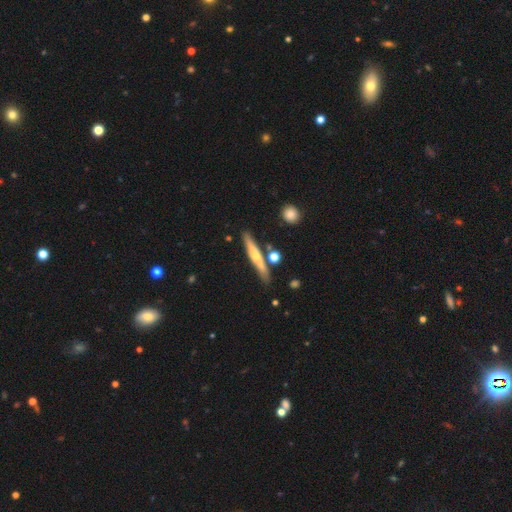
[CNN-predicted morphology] type=featured or disk (58%); edge-on=yes (92%); edge-on bulge=rounded (80%); merging=none (79%).